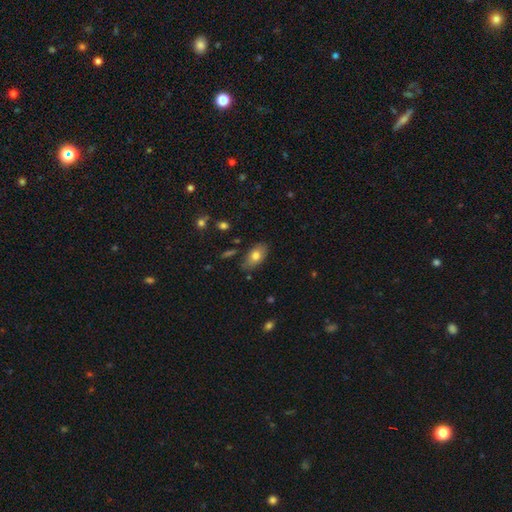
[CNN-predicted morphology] The model was most divided on "smooth or featured": smooth: 74%, featured or disk: 18%, star or artifact: 8%. More confident: how rounded — in between (90%); merging — none (80%).